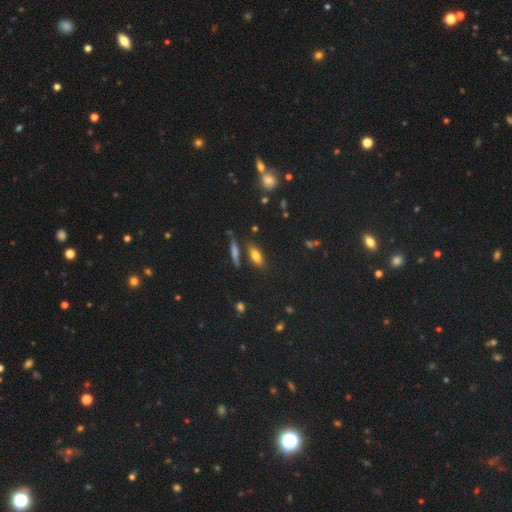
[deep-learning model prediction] Smooth or featured? smooth (71%)
How rounded? in between (70%)
Merging? none (76%)